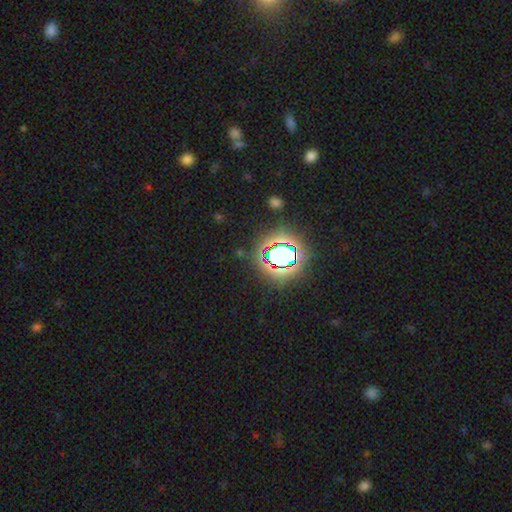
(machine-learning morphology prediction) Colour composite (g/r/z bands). It shows a star or artifact, not a galaxy (78%).